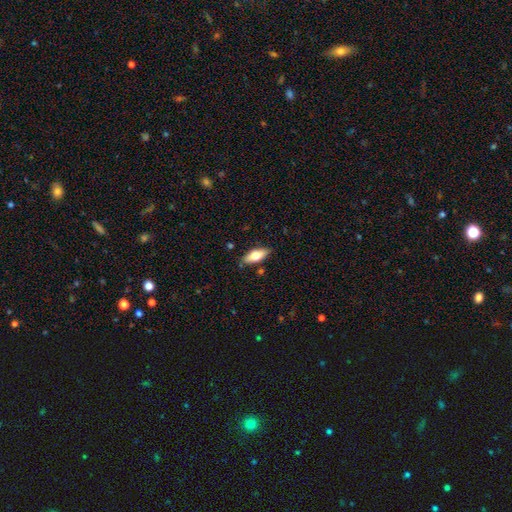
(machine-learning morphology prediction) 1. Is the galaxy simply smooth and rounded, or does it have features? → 64% smooth, 30% featured or disk, 6% star or artifact.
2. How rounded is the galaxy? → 75% in between, 22% cigar-shaped, 3% round.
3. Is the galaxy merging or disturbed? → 84% none, 12% minor disturbance, 2% major disturbance, 2% merger.